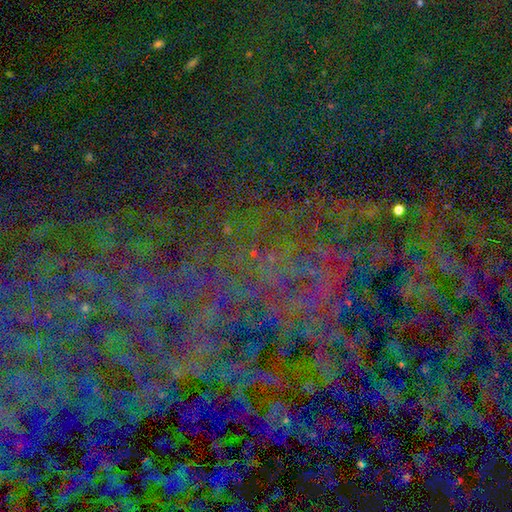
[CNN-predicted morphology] smooth-or-featured: star or artifact: 82% | smooth: 10% | featured or disk: 8%